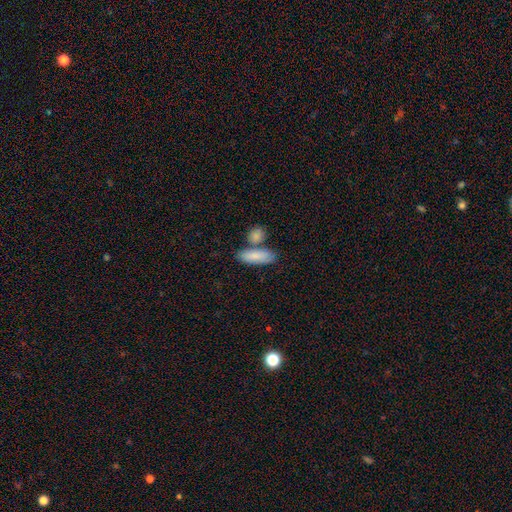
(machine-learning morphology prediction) Smooth or featured? smooth (84%)
How rounded? in between (70%)
Merging? none (59%)